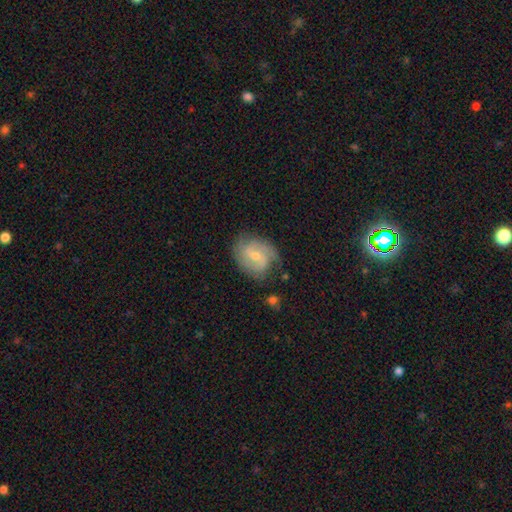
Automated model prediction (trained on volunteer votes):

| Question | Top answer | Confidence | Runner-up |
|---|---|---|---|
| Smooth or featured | featured or disk | 75% | smooth (19%) |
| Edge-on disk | no | 98% | yes (2%) |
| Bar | weak | 55% | no (33%) |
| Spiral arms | yes | 93% | no (7%) |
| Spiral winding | medium | 46% | tight (33%) |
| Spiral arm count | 2 | 60% | can't tell (16%) |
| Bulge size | small | 52% | moderate (43%) |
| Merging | none | 70% | minor disturbance (21%) |